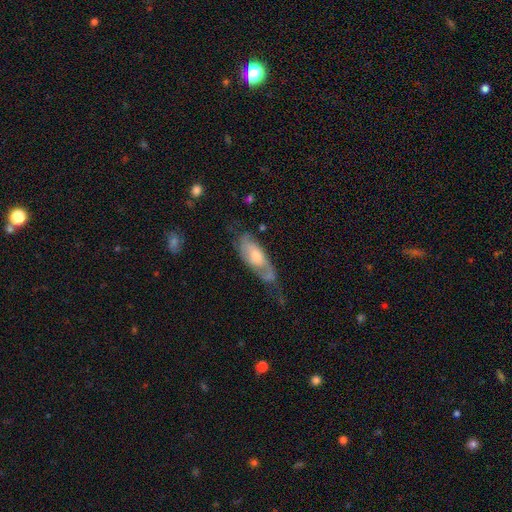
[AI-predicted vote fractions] Overall: featured or disk (58%; smooth 35%). Edge-on disk: no (79%). Merging: none (44%; minor disturbance 31%).